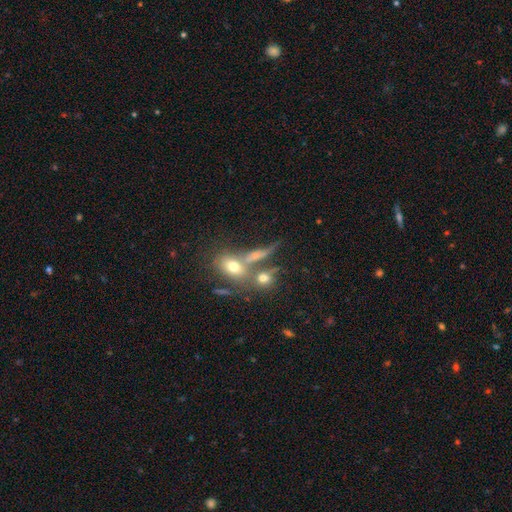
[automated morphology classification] Smooth or featured? smooth (57%)
How rounded? in between (47%)
Merging? merger (37%, tied with none)